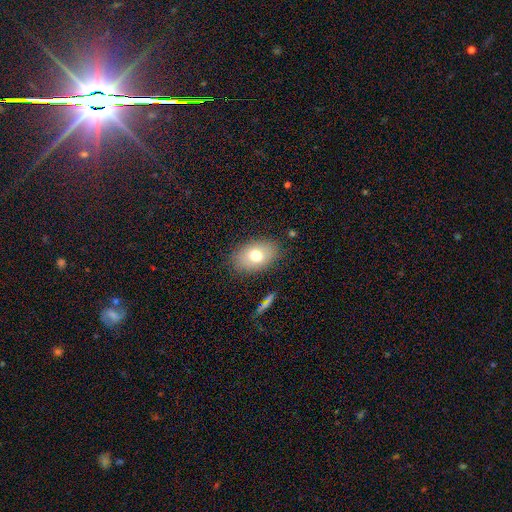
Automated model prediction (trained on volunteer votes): Q: Smooth or featured?
A: smooth (72%); runner-up: featured or disk (18%)
Q: How rounded?
A: in between (85%); runner-up: round (14%)
Q: Merging?
A: none (83%); runner-up: minor disturbance (11%)